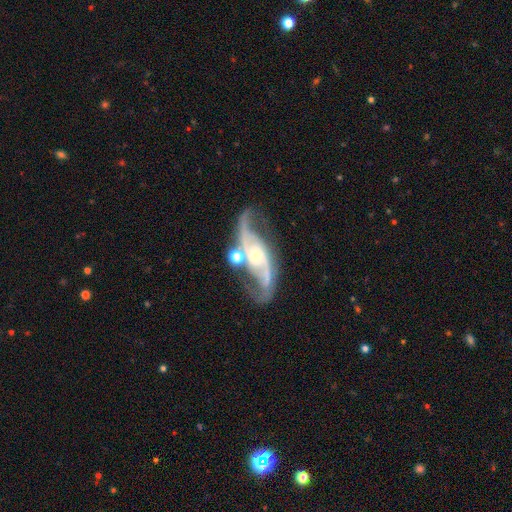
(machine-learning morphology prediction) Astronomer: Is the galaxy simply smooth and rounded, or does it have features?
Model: featured or disk — 91%.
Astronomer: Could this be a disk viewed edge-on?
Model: no — 95%.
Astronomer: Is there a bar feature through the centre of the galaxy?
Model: no — 44% (runner-up: weak, 38%).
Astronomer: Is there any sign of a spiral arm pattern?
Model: yes — 98%.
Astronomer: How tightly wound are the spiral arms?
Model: medium — 45% (runner-up: loose, 44%).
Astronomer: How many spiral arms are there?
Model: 2 — 92%.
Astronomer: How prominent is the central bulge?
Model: small — 56% (runner-up: moderate, 34%).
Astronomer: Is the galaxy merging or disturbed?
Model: none — 60%.